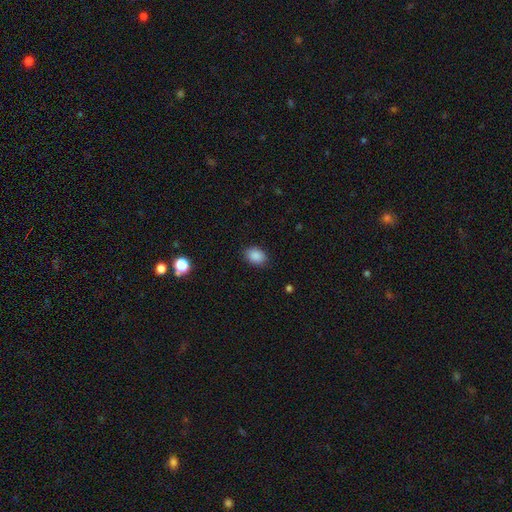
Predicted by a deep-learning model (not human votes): This appears to be a smooth galaxy with no disk features (88%) that is in between round and cigar-shaped (74%). Merging: none (85%).